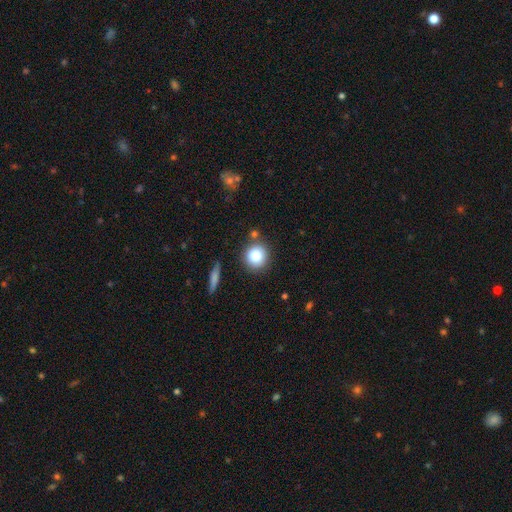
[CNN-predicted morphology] smooth-or-featured: smooth: 84% | star or artifact: 9% | featured or disk: 7%
  how-rounded: round: 87% | in between: 12% | cigar-shaped: 1%
  merging: none: 80% | minor disturbance: 11% | merger: 7% | major disturbance: 3%